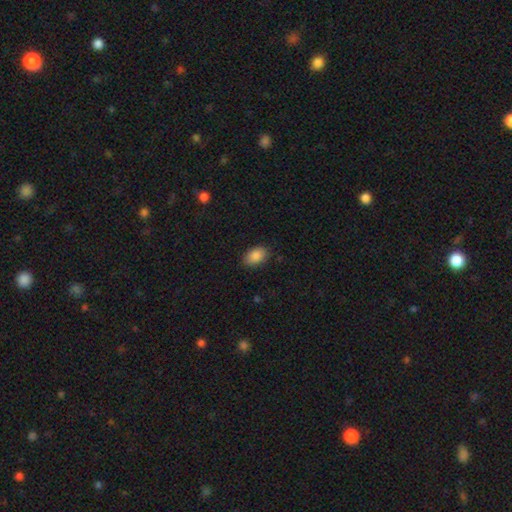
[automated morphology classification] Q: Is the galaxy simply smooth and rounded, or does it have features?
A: smooth — 88%.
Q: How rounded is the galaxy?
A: in between — 88%.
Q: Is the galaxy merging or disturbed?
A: none — 85%.